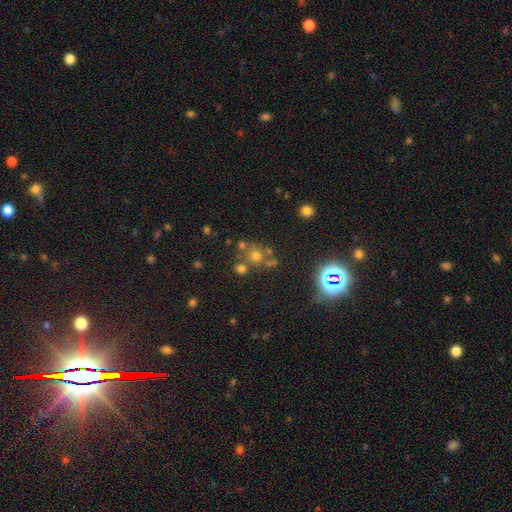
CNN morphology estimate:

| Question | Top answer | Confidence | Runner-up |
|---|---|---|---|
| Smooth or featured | smooth | 50% | star or artifact (37%) |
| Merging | none | 62% | merger (23%) |